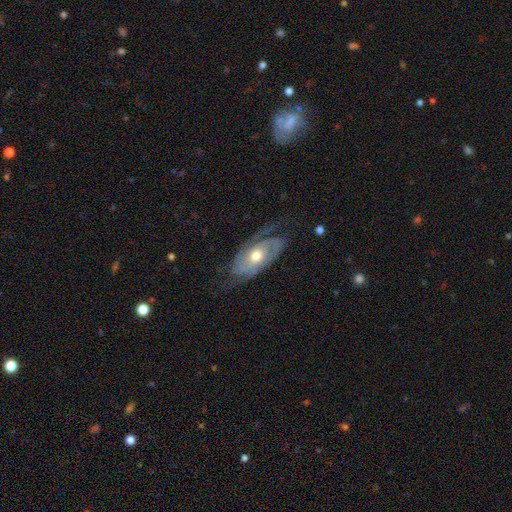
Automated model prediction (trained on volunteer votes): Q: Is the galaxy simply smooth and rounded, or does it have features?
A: featured or disk — 79%.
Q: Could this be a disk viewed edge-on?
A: no — 92%.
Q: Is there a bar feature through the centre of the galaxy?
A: no — 78%.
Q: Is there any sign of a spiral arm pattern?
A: yes — 90%.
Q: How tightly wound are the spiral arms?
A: tight — 49%.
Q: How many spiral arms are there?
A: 2 — 58%.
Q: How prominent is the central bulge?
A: moderate — 76%.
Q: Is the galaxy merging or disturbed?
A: none — 64%.